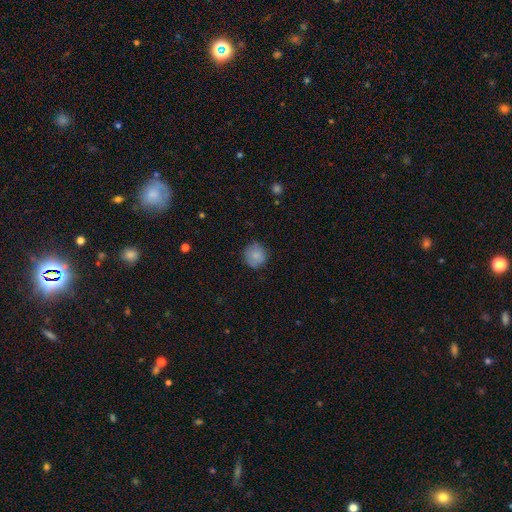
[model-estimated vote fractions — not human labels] A smooth galaxy with no disk features (83%) that is round (90%).

Vote fractions:
- Smooth or featured? smooth: 83% / featured or disk: 9% / star or artifact: 8%
- How rounded? round: 90% / in between: 9% / cigar-shaped: 1%
- Merging? none: 79% / minor disturbance: 17% / major disturbance: 4% / merger: 1%